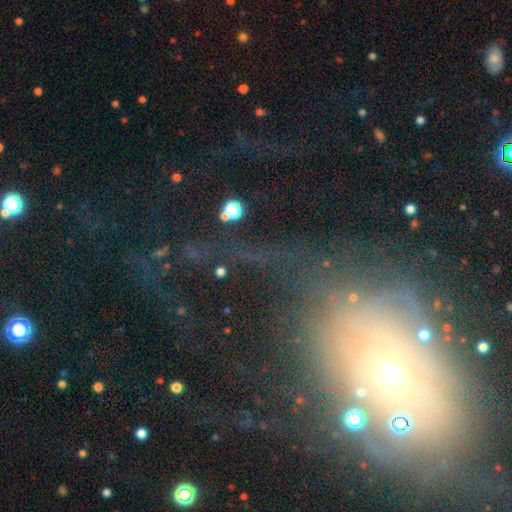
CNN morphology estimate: Smooth or featured? featured or disk (42%)
Merging? none (43%)